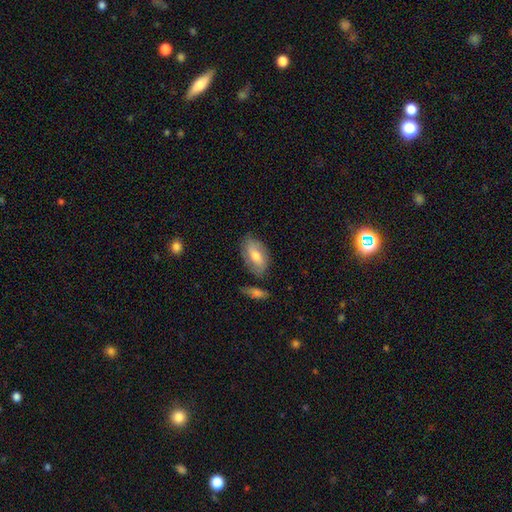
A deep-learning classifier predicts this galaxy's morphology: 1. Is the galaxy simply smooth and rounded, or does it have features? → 58% smooth, 35% featured or disk, 7% star or artifact.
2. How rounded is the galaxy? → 90% in between, 5% round, 5% cigar-shaped.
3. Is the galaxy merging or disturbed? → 72% none, 18% minor disturbance, 5% merger, 5% major disturbance.